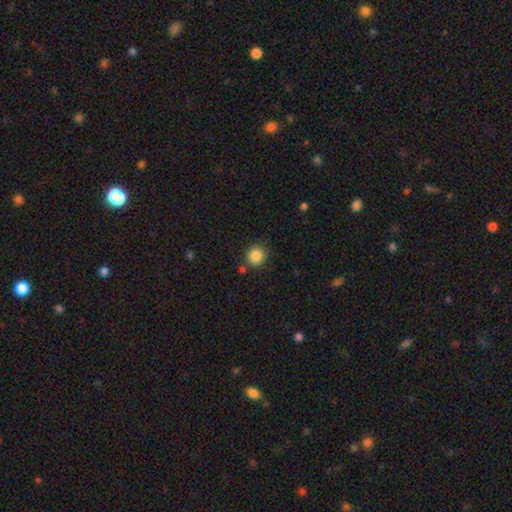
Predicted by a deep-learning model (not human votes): Morphology: type=smooth (86%); roundness=round (90%); merging=none (84%).